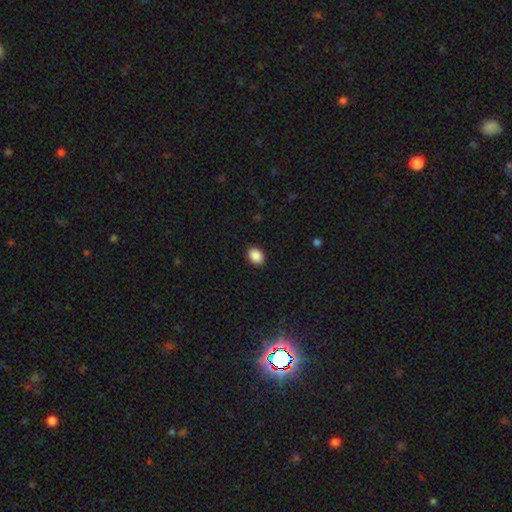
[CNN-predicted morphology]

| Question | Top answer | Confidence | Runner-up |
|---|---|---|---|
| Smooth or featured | smooth | 89% | star or artifact (8%) |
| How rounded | in between | 63% | round (36%) |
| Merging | none | 90% | minor disturbance (7%) |